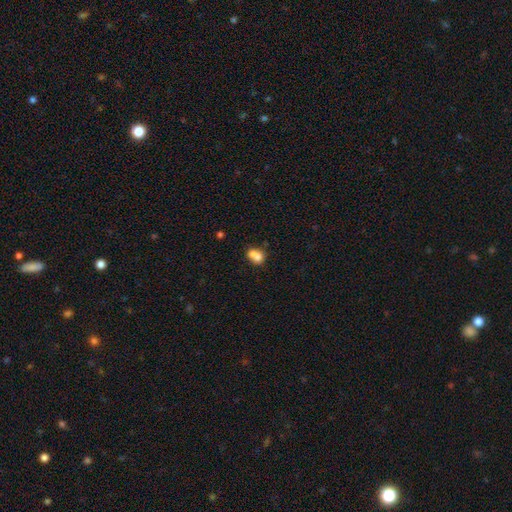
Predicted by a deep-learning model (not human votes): Smooth or featured: smooth — 75% (featured or disk — 15%)
How rounded: in between — 56% (round — 43%)
Merging: merger — 54% (none — 28%)